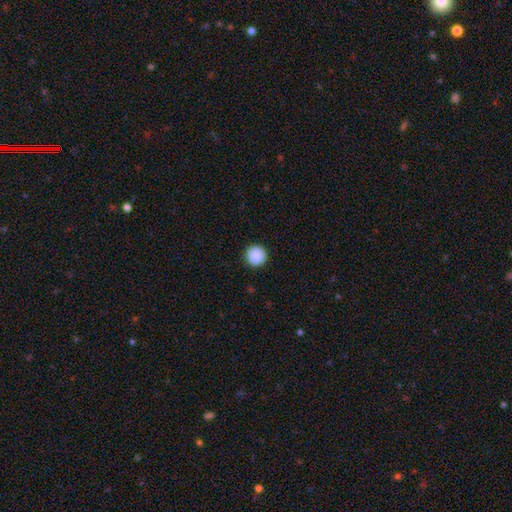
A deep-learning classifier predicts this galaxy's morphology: Overall: smooth (89%). How rounded: round (96%). Merging: none (91%).